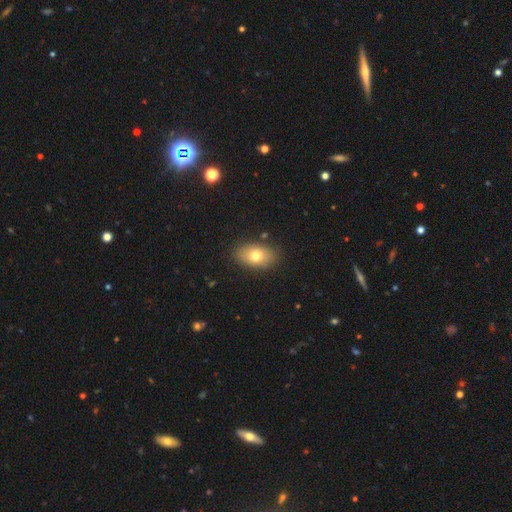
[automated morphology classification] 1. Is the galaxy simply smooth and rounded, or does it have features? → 75% smooth, 17% featured or disk, 9% star or artifact.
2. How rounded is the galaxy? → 87% in between, 11% round, 2% cigar-shaped.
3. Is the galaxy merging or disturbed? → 86% none, 10% minor disturbance, 3% major disturbance, 2% merger.